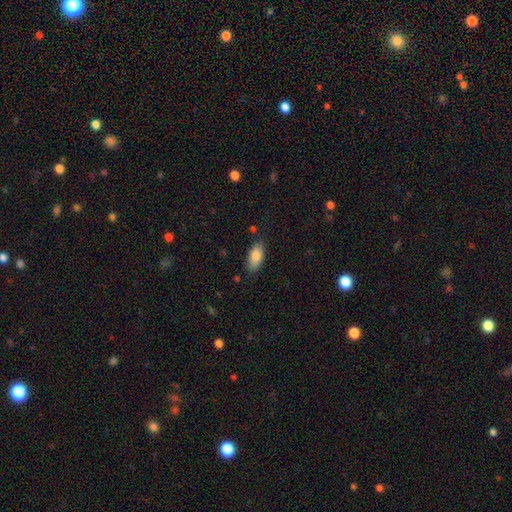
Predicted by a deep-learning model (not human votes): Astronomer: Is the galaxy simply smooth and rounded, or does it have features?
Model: smooth — 84%.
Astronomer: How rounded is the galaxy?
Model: in between — 90%.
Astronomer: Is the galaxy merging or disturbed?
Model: none — 80%.